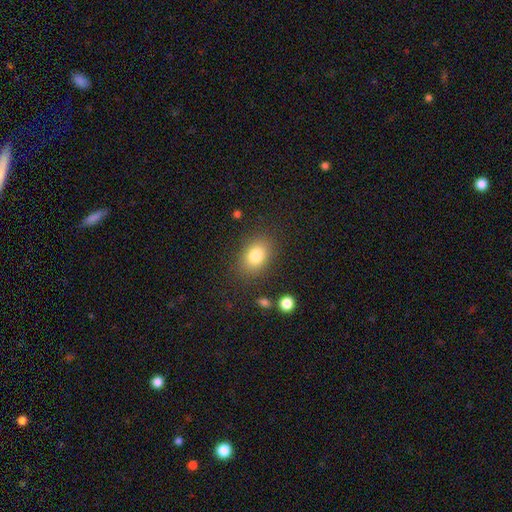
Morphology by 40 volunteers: This appears to be a smooth galaxy with no disk features (88%) that is in between round and cigar-shaped (80%). Merging: none (86%).